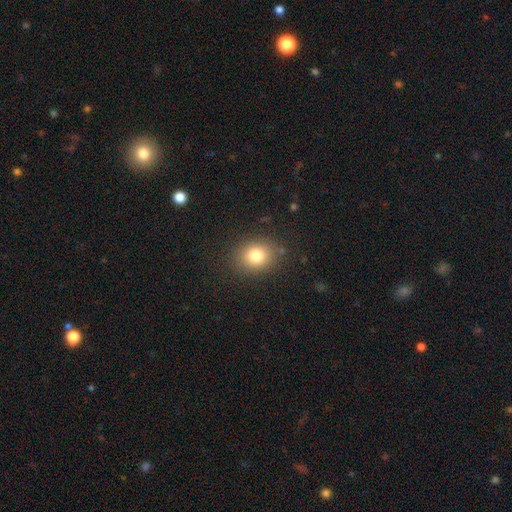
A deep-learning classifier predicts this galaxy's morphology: type=smooth (79%); roundness=round (65%); merging=none (86%).